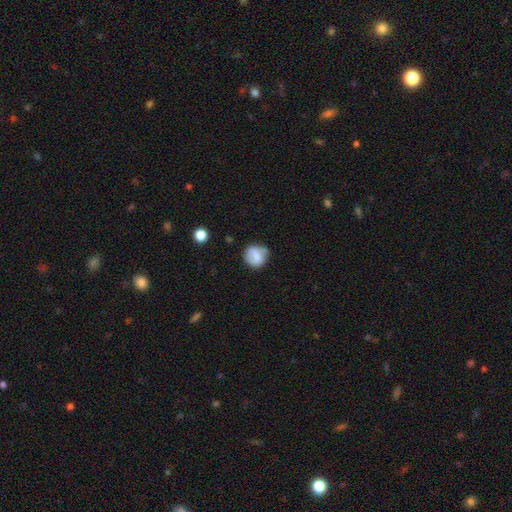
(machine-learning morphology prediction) Q: Smooth or featured?
A: smooth (70%); runner-up: featured or disk (21%)
Q: How rounded?
A: round (81%); runner-up: in between (18%)
Q: Merging?
A: none (62%); runner-up: minor disturbance (25%)